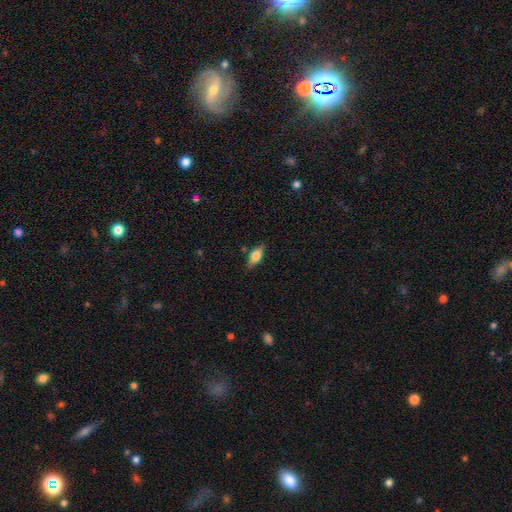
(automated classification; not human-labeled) This is likely a smooth galaxy (65%). How rounded: likely in between (77%). Merging: likely none (79%).